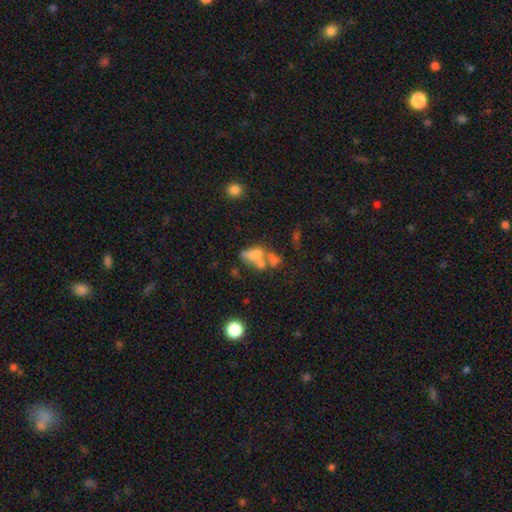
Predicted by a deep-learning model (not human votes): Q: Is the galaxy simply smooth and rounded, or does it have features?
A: smooth — 51%.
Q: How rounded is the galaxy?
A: in between — 80%.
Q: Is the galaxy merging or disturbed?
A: merger — 54%.